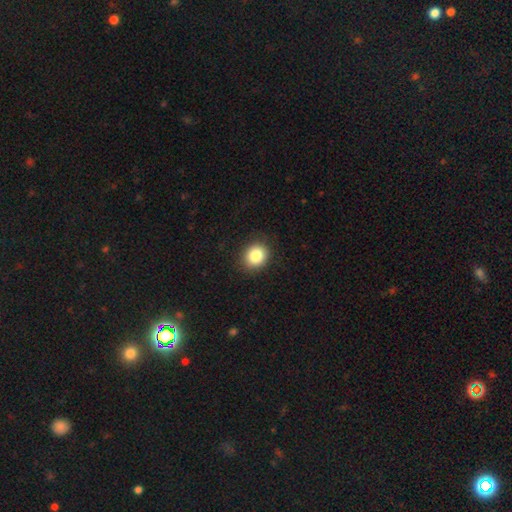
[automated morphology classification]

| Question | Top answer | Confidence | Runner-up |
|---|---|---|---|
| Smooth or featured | smooth | 84% | star or artifact (10%) |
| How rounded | round | 74% | in between (25%) |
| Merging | none | 89% | minor disturbance (8%) |